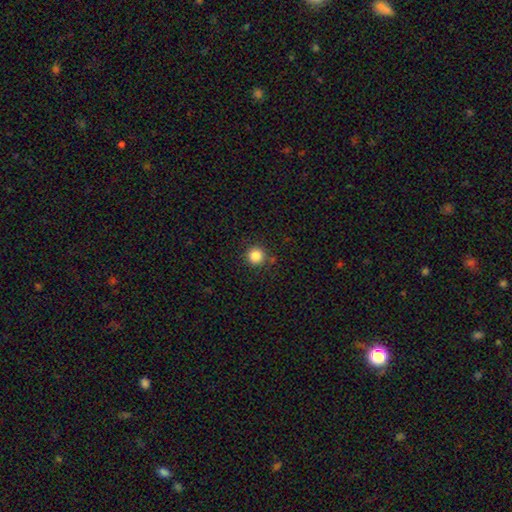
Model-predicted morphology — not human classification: smooth_or_featured: smooth (p=0.85) [alt: star or artifact p=0.11]
how_rounded: round (p=0.95) [alt: in between p=0.04]
merging: none (p=0.88) [alt: minor disturbance p=0.07]